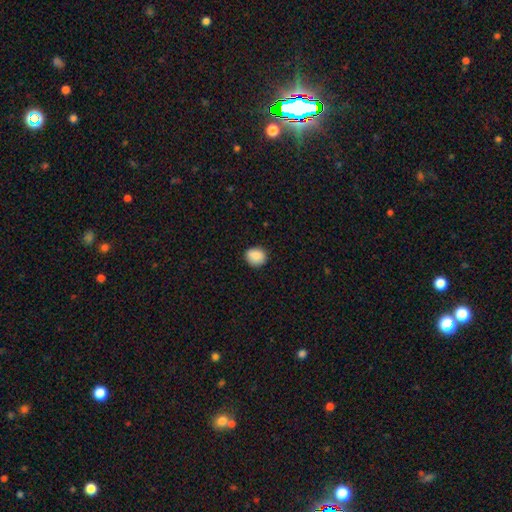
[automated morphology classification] This is clearly a smooth galaxy (88%). How rounded: likely round (74%). Merging: clearly none (86%).